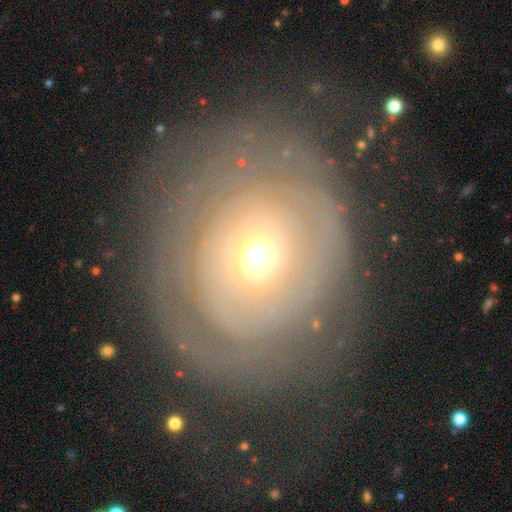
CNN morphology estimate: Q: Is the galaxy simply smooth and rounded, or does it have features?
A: featured or disk — 66%.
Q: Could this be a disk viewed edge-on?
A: no — 96%.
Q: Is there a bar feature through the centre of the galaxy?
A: no — 87%.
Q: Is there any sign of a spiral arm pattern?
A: yes — 60%.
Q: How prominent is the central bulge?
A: moderate — 52%.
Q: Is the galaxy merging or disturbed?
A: none — 67%.